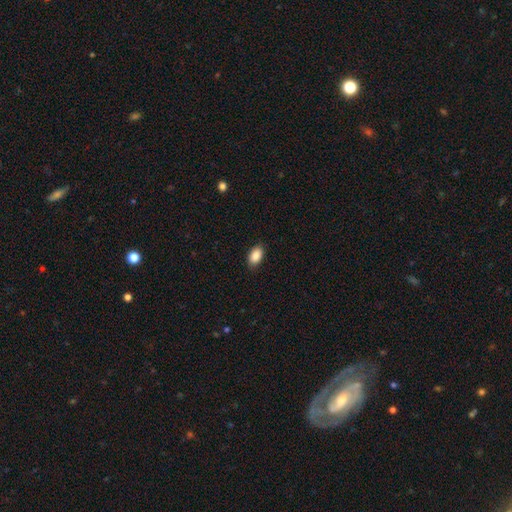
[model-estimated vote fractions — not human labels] Smooth or featured?
  - smooth: 89% *
  - star or artifact: 7%
  - featured or disk: 4%
How rounded?
  - in between: 92% *
  - round: 6%
  - cigar-shaped: 2%
Merging?
  - none: 87% *
  - minor disturbance: 10%
  - major disturbance: 2%
  - merger: 1%